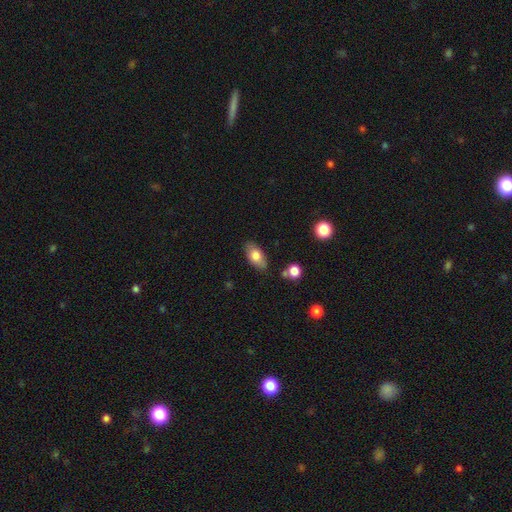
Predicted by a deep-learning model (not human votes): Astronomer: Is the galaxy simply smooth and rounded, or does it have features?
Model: smooth — 75%.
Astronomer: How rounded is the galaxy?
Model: in between — 90%.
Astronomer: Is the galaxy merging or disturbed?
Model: none — 77%.